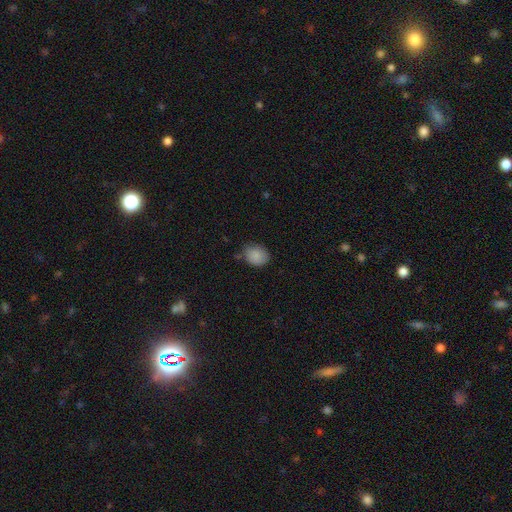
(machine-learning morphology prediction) Smooth or featured: smooth — 87% (star or artifact — 8%)
How rounded: round — 52% (in between — 47%)
Merging: none — 69% (minor disturbance — 24%)